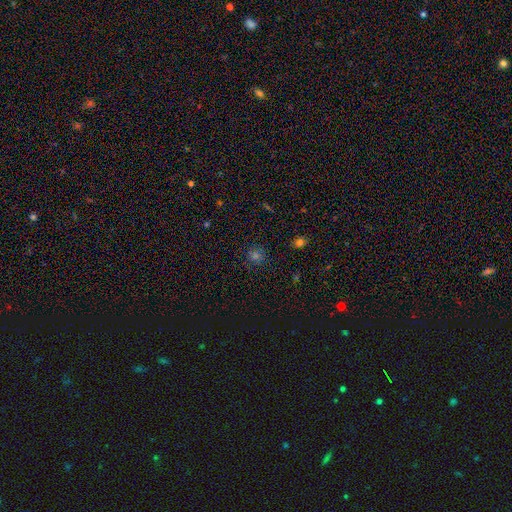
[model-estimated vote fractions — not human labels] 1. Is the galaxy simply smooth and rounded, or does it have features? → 61% smooth, 32% star or artifact, 7% featured or disk.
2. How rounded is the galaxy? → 90% round, 9% in between, 1% cigar-shaped.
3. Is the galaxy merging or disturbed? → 86% none, 9% minor disturbance, 3% major disturbance, 2% merger.